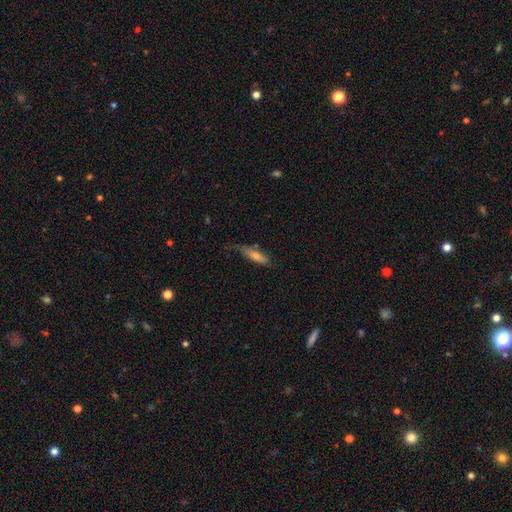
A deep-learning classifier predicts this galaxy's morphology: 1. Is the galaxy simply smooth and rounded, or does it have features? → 61% smooth, 31% featured or disk, 8% star or artifact.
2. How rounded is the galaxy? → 62% cigar-shaped, 36% in between, 2% round.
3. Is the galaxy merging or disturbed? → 54% none, 32% minor disturbance, 12% major disturbance, 3% merger.